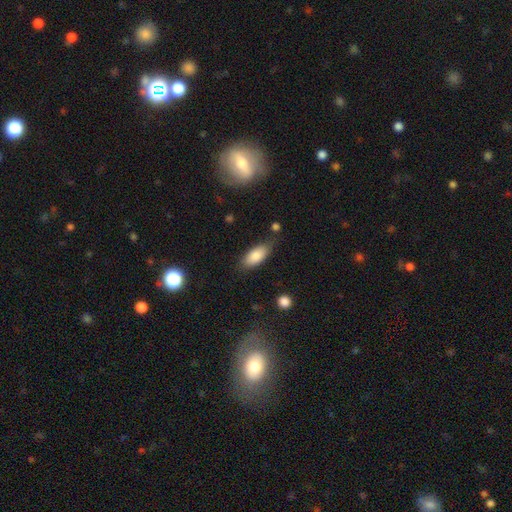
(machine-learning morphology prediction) Q: Smooth or featured?
A: smooth (84%); runner-up: featured or disk (9%)
Q: How rounded?
A: in between (87%); runner-up: cigar-shaped (11%)
Q: Merging?
A: none (71%); runner-up: minor disturbance (20%)